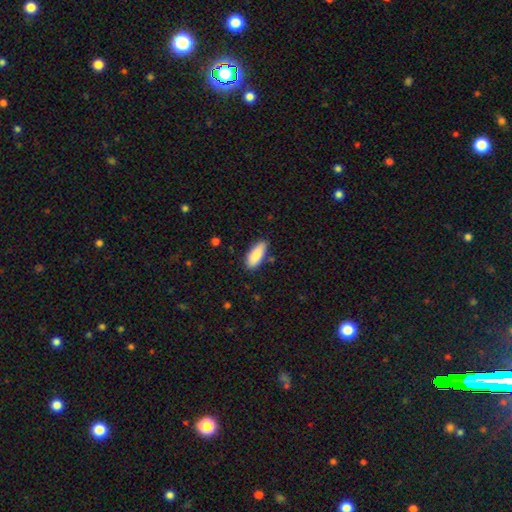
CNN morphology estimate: Overall: smooth (86%). How rounded: in between (81%). Merging: none (81%).